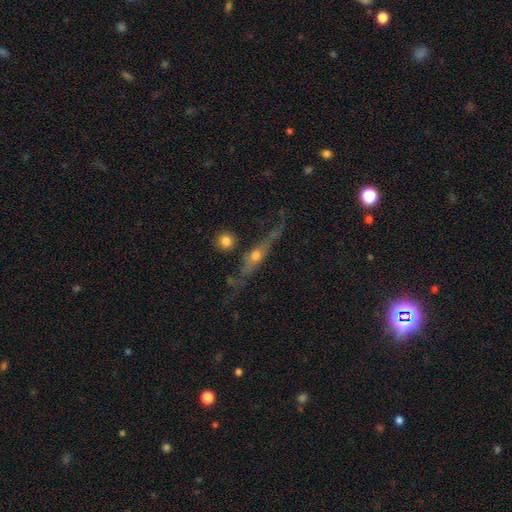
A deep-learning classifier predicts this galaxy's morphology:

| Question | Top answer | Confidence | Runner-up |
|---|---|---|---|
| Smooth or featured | featured or disk | 66% | smooth (24%) |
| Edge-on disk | yes | 74% | no (26%) |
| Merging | none | 53% | minor disturbance (21%) |